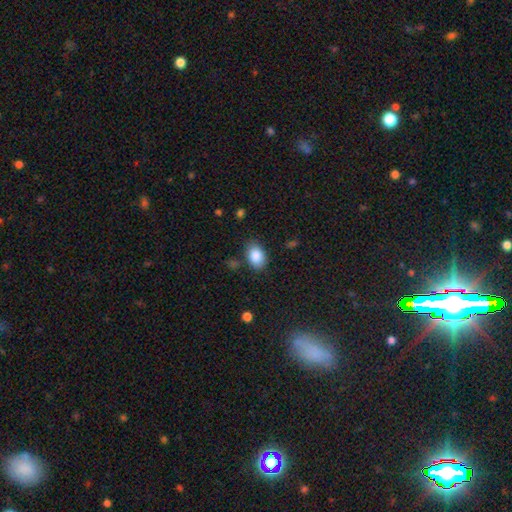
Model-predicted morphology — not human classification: smooth-or-featured: smooth: 87% | star or artifact: 8% | featured or disk: 6%
  how-rounded: in between: 81% | round: 18% | cigar-shaped: 1%
  merging: none: 79% | minor disturbance: 15% | major disturbance: 4% | merger: 3%